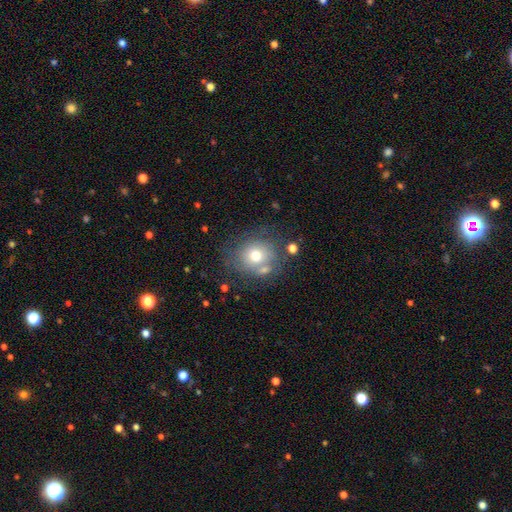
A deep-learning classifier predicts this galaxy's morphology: The model was most divided on "merging": none: 58%, minor disturbance: 18%, merger: 16%, major disturbance: 8%. More confident: how rounded — round (72%); smooth or featured — smooth (67%).